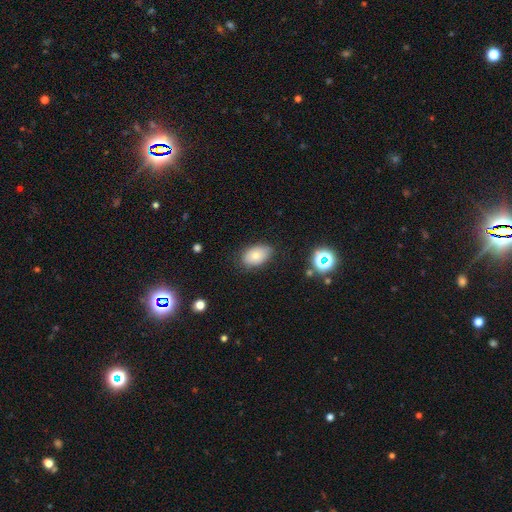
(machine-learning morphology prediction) A smooth galaxy with no disk features (74%) that is in between round and cigar-shaped (87%). Merging: none (77%).